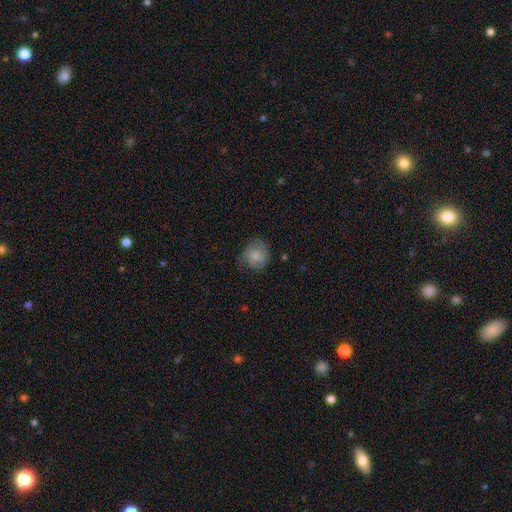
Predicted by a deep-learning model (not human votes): Smooth or featured: smooth — 72% (featured or disk — 21%)
How rounded: round — 75% (in between — 24%)
Merging: none — 51% (minor disturbance — 33%)